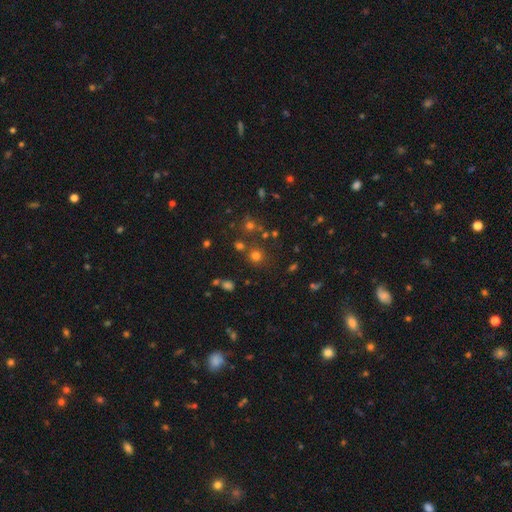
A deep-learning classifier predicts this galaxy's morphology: Smooth or featured?
  - smooth: 69% *
  - star or artifact: 23%
  - featured or disk: 7%
How rounded?
  - round: 89% *
  - in between: 10%
  - cigar-shaped: 1%
Merging?
  - none: 77% *
  - merger: 11%
  - minor disturbance: 9%
  - major disturbance: 4%